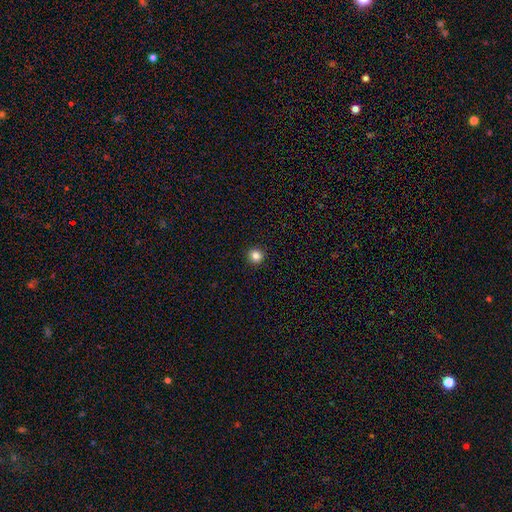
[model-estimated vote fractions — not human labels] This appears to be a smooth galaxy with no disk features (85%) that is round (94%). Merging: none (93%).